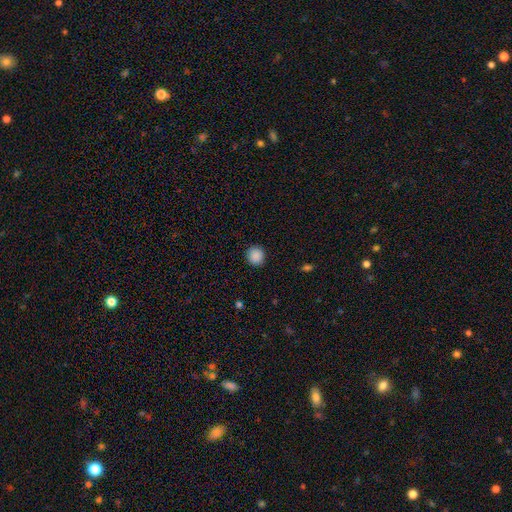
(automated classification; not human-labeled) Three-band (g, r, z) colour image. It shows a smooth galaxy with no disk features (88%) that is round (90%). Merging: none (92%).